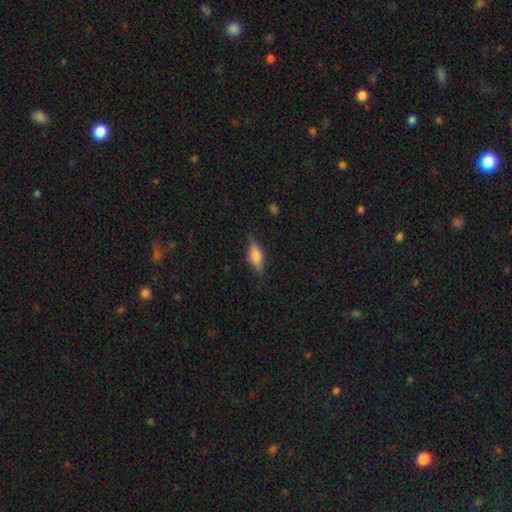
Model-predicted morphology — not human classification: type=smooth (68%); roundness=in between (57%); merging=none (78%).